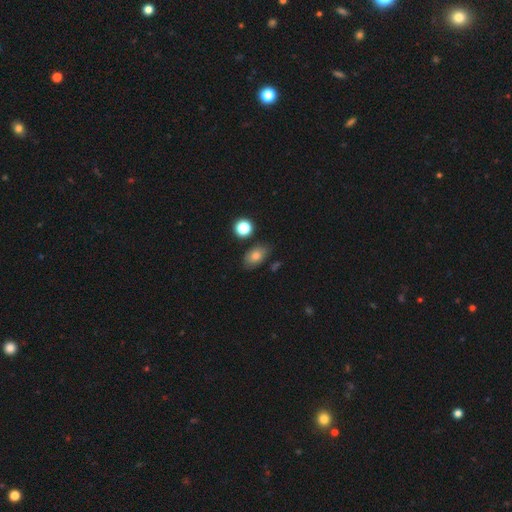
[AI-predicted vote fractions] This is likely a smooth galaxy (77%). How rounded: clearly in between (85%). Merging: likely none (77%).